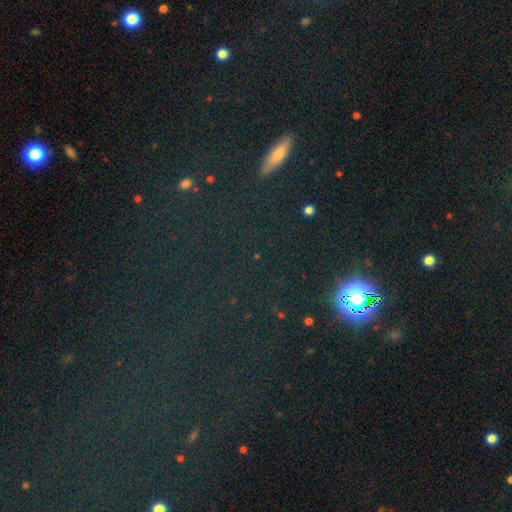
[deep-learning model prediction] This is possibly a star or artifact rather than a galaxy (51%).